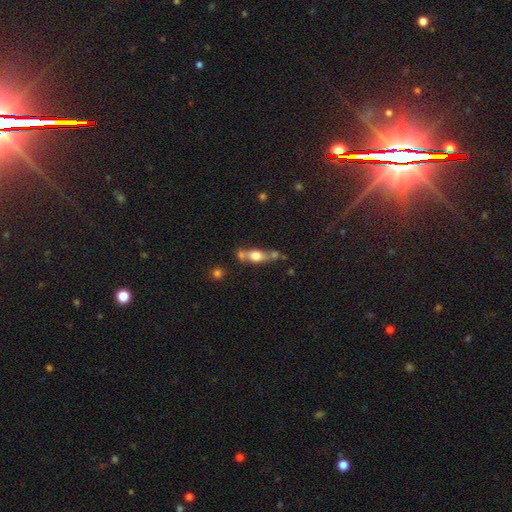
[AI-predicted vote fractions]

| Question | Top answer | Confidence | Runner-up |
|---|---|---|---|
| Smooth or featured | smooth | 58% | featured or disk (32%) |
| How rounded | in between | 57% | cigar-shaped (24%) |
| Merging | none | 39% | merger (36%) |